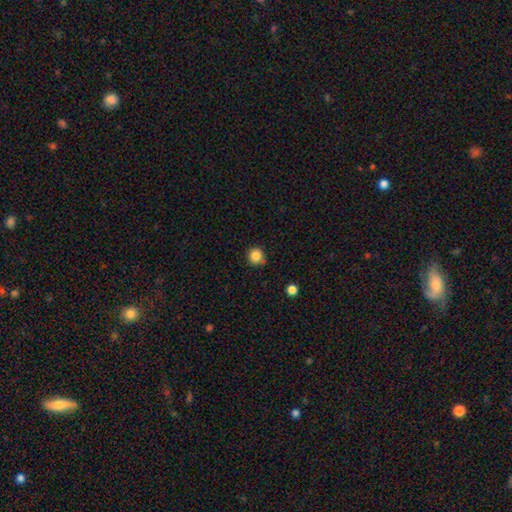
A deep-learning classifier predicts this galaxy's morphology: This appears to be a smooth galaxy with no disk features (85%) that is round (94%). Merging: none (81%).